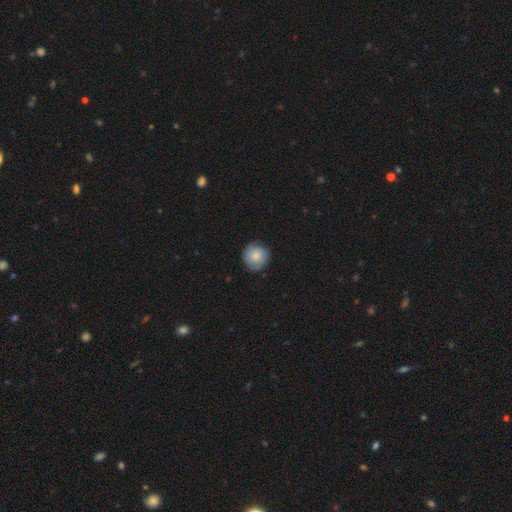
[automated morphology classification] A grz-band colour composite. It shows a smooth galaxy with no disk features (75%) that is round (92%). Merging: none (81%).